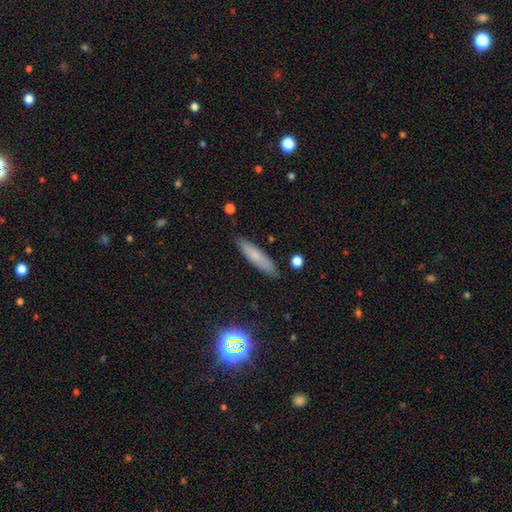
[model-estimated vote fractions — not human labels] Morphology: type=smooth (71%); roundness=cigar-shaped (79%); merging=none (87%).